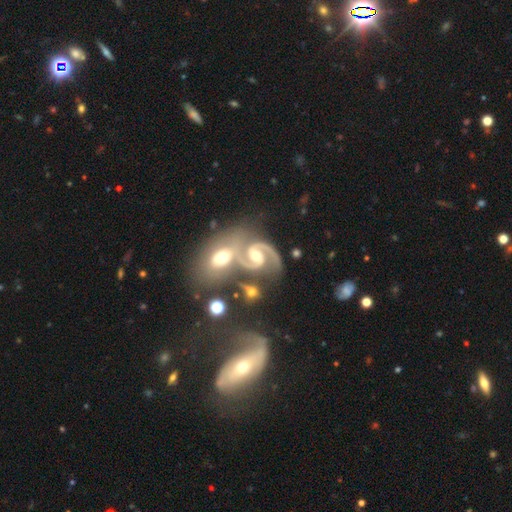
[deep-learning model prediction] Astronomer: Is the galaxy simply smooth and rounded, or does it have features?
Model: featured or disk — 89%.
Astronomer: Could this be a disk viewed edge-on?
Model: no — 97%.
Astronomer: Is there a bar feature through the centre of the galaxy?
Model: weak — 44% (runner-up: no, 31%).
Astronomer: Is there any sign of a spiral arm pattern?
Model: yes — 97%.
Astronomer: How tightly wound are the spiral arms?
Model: medium — 64%.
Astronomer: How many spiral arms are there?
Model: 2 — 92%.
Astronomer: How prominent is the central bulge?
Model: moderate — 67%.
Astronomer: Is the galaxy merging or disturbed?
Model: merger — 43% (runner-up: none, 36%).